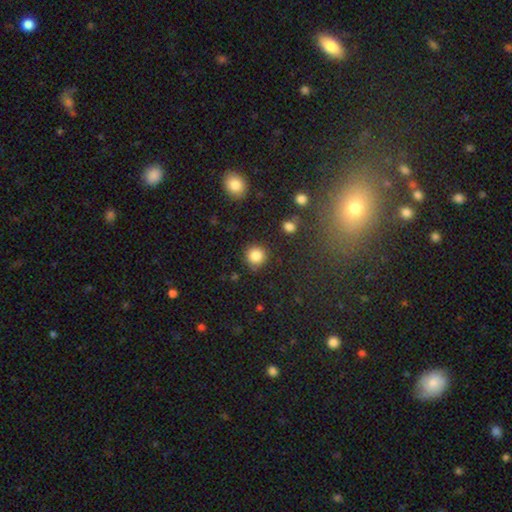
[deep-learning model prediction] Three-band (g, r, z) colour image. It shows a smooth galaxy with no disk features (85%) that is round (93%). Merging: none (86%).